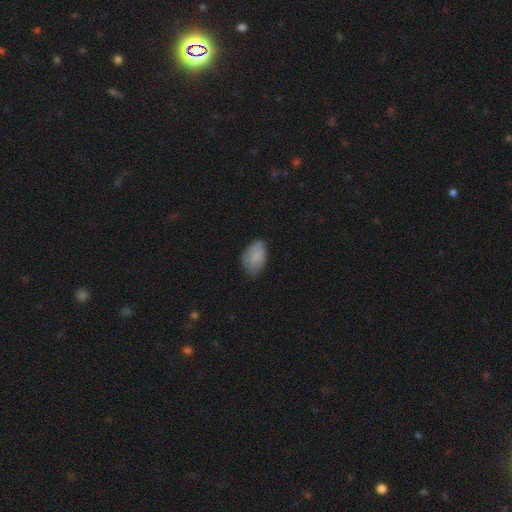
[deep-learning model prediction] smooth-or-featured: smooth: 83% | featured or disk: 9% | star or artifact: 8%
  how-rounded: in between: 89% | round: 9% | cigar-shaped: 1%
  merging: none: 61% | minor disturbance: 31% | major disturbance: 6% | merger: 1%